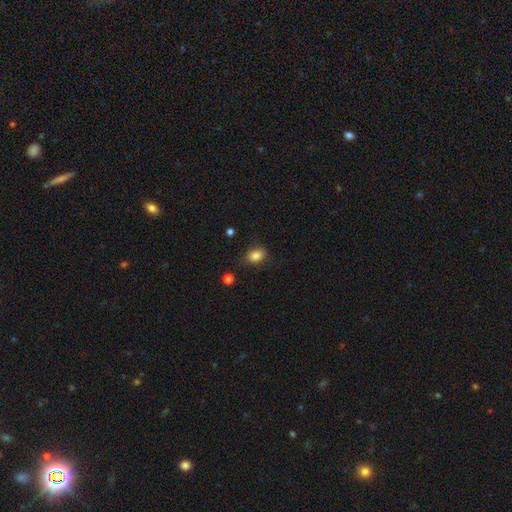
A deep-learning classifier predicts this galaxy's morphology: A smooth galaxy with no disk features (84%) that is in between round and cigar-shaped (73%).

Vote fractions:
- Smooth or featured? smooth: 84% / star or artifact: 10% / featured or disk: 5%
- How rounded? in between: 73% / round: 25% / cigar-shaped: 2%
- Merging? none: 72% / minor disturbance: 21% / major disturbance: 5% / merger: 2%